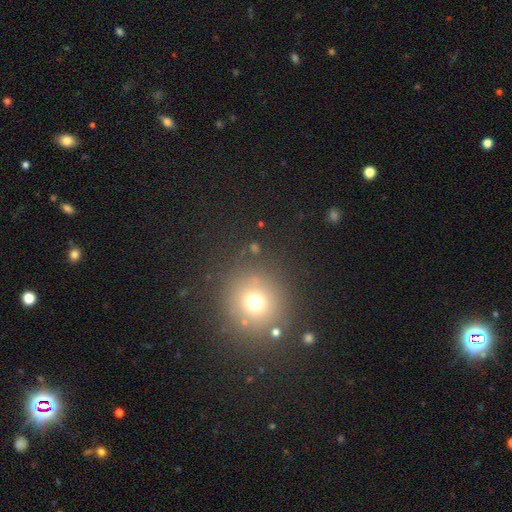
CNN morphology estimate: Smooth or featured? smooth (56%)
How rounded? round (91%)
Merging? none (87%)